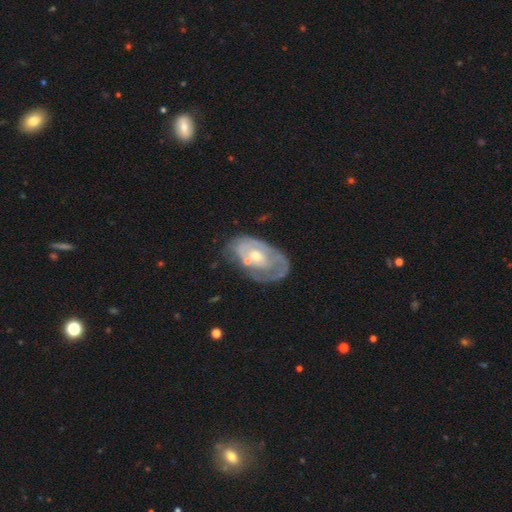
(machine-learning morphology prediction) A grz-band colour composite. It shows a featured or disk galaxy (75%) with no bar (73%), spiral arms (63%) and a moderate central bulge (48%). Merging: none (50%).